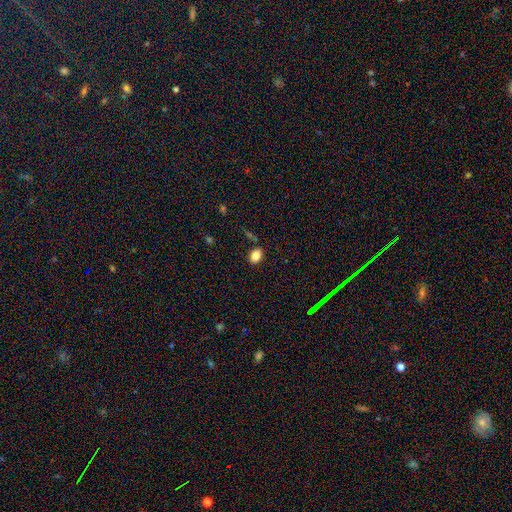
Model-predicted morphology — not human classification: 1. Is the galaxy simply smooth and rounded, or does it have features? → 84% smooth, 10% star or artifact, 7% featured or disk.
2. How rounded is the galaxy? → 75% in between, 23% round, 1% cigar-shaped.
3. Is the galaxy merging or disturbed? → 81% none, 11% minor disturbance, 5% merger, 3% major disturbance.